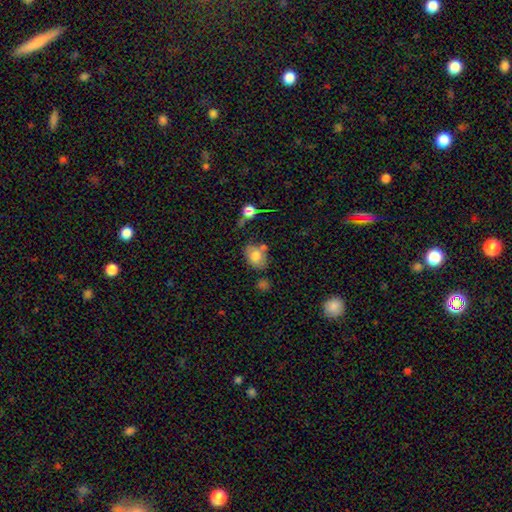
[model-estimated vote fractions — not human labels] smooth 74%, featured or disk 17%, star or artifact 10%. Down the decision tree: how rounded — in between (68%); merging — none (56%).